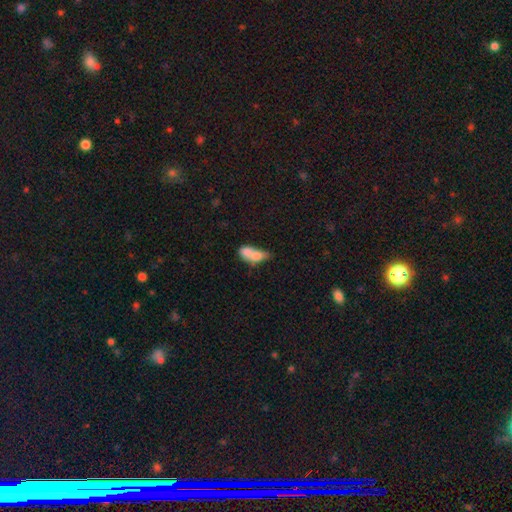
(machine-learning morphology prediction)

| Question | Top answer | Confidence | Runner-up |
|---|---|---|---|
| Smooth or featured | smooth | 68% | featured or disk (23%) |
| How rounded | in between | 76% | round (14%) |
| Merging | merger | 64% | none (16%) |